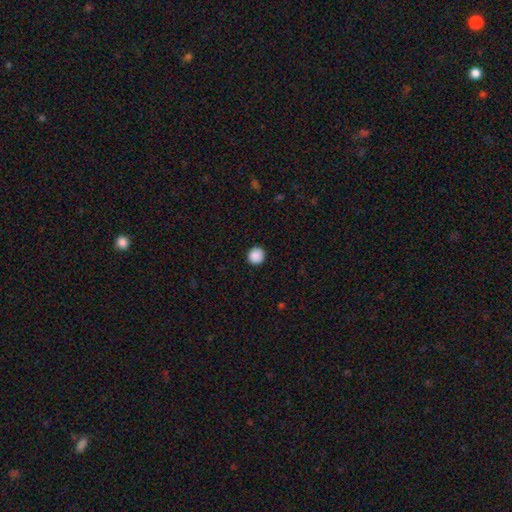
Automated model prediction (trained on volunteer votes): Overall: smooth (89%). How rounded: round (95%). Merging: none (93%).